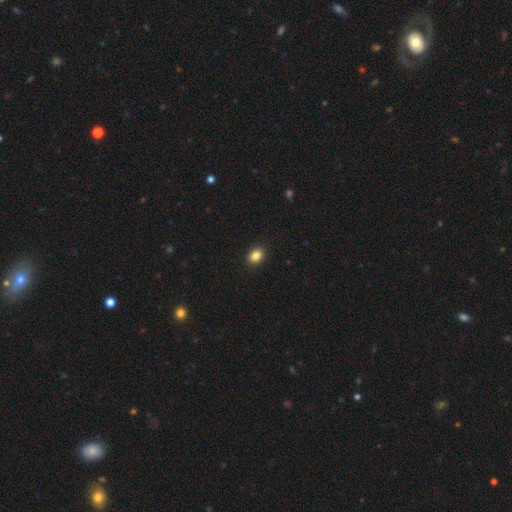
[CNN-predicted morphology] type=smooth (85%); roundness=in between (53%); merging=none (91%).